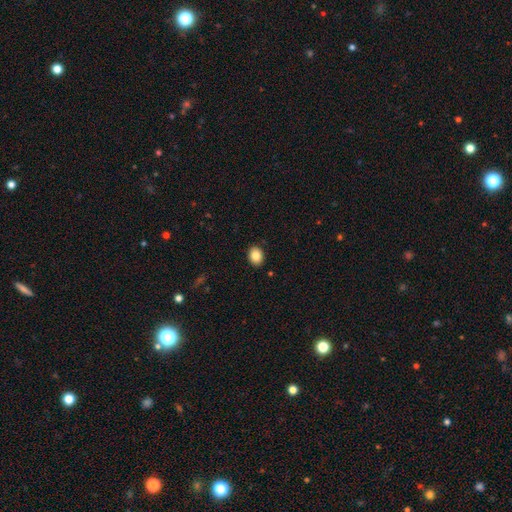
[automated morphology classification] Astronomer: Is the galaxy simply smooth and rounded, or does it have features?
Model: smooth — 85%.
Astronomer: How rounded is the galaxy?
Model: in between — 56% (runner-up: round, 43%).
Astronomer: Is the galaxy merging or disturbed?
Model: none — 90%.